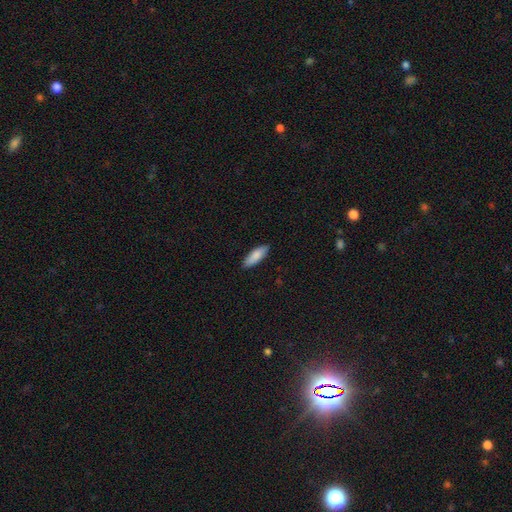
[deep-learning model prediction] Smooth or featured? smooth (86%)
How rounded? in between (63%)
Merging? none (89%)